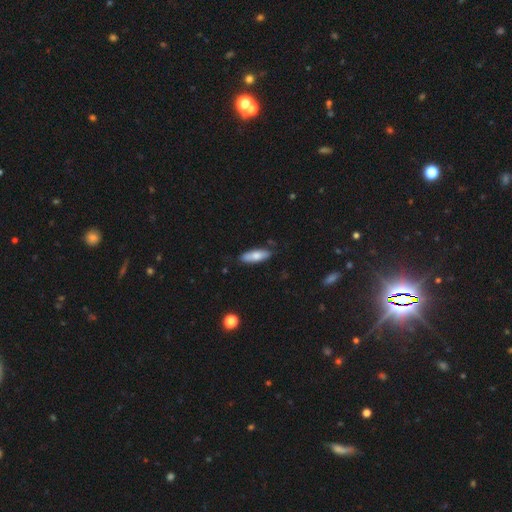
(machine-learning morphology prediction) Smooth or featured?
  - smooth: 73% *
  - featured or disk: 20%
  - star or artifact: 6%
How rounded?
  - in between: 52% *
  - cigar-shaped: 46%
  - round: 2%
Merging?
  - none: 82% *
  - minor disturbance: 14%
  - major disturbance: 2%
  - merger: 2%